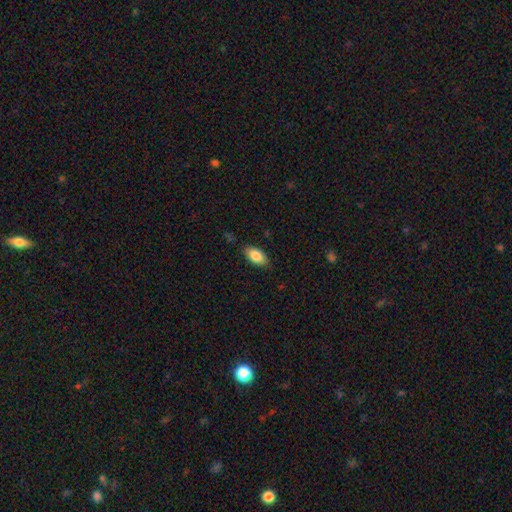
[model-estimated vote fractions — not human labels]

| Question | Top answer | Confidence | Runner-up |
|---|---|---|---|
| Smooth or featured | smooth | 84% | featured or disk (9%) |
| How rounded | in between | 92% | cigar-shaped (4%) |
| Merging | none | 83% | minor disturbance (13%) |